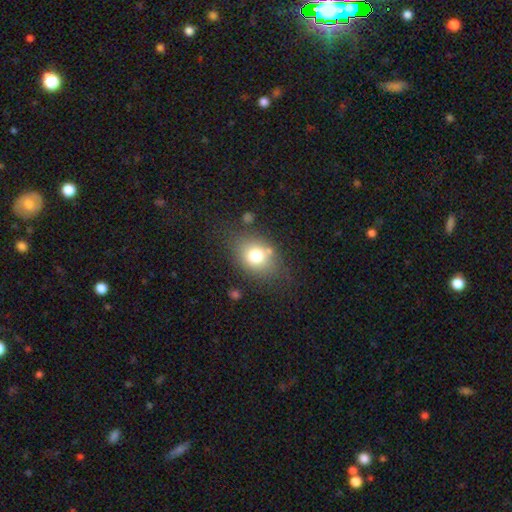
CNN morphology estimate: Q: Smooth or featured?
A: smooth (74%); runner-up: featured or disk (15%)
Q: How rounded?
A: in between (58%); runner-up: round (41%)
Q: Merging?
A: none (69%); runner-up: minor disturbance (18%)